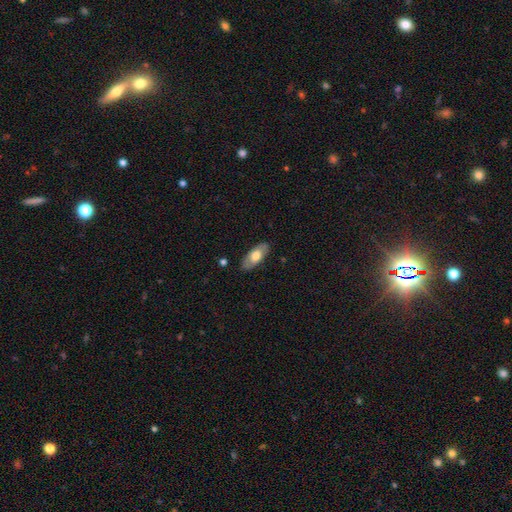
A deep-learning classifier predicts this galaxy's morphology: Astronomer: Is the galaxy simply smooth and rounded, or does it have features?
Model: smooth — 64%.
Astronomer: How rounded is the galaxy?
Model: in between — 86%.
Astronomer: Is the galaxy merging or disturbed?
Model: none — 85%.